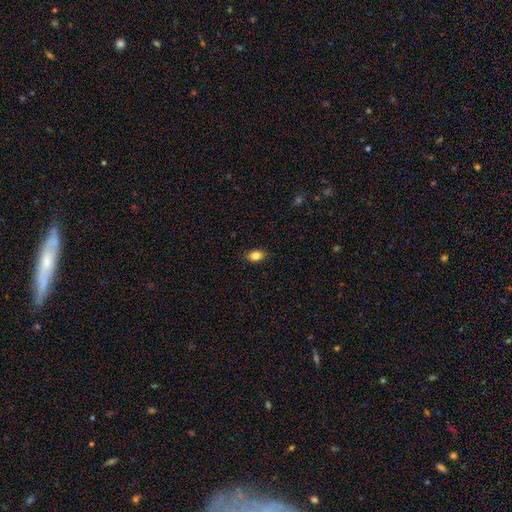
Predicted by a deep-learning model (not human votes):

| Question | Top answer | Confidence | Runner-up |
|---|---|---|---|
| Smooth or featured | smooth | 84% | star or artifact (9%) |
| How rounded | in between | 87% | round (11%) |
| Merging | none | 87% | minor disturbance (10%) |